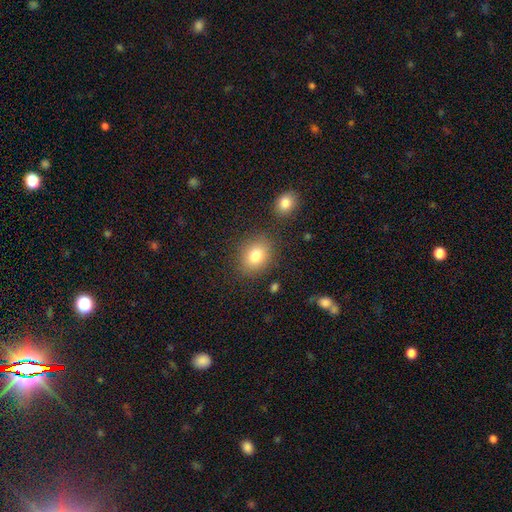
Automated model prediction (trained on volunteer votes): This is likely a smooth galaxy (80%). How rounded: possibly round (58%). Merging: clearly none (81%).